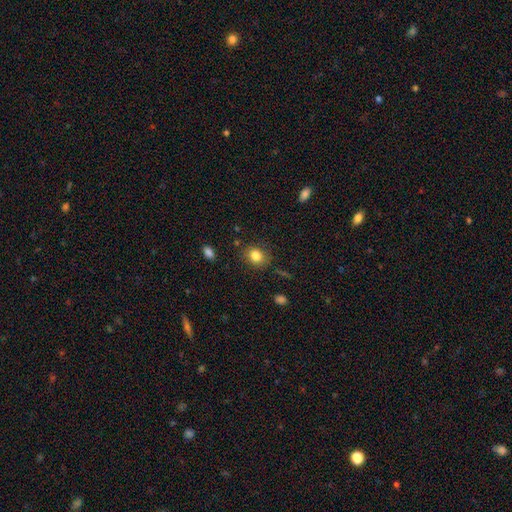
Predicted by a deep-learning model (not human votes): smooth-or-featured: smooth: 83% | star or artifact: 10% | featured or disk: 7%
  how-rounded: round: 61% | in between: 38% | cigar-shaped: 1%
  merging: none: 82% | minor disturbance: 12% | major disturbance: 4% | merger: 2%